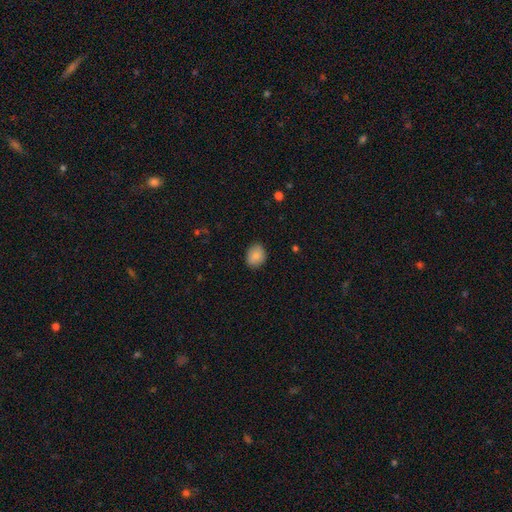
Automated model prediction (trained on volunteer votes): A smooth galaxy with no disk features (84%) that is round (54%). Merging: none (86%).